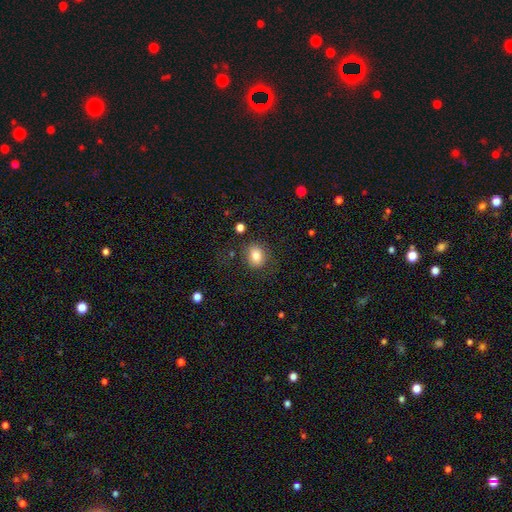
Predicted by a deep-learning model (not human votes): A smooth galaxy with no disk features (81%) that is round (59%). Merging: none (79%).